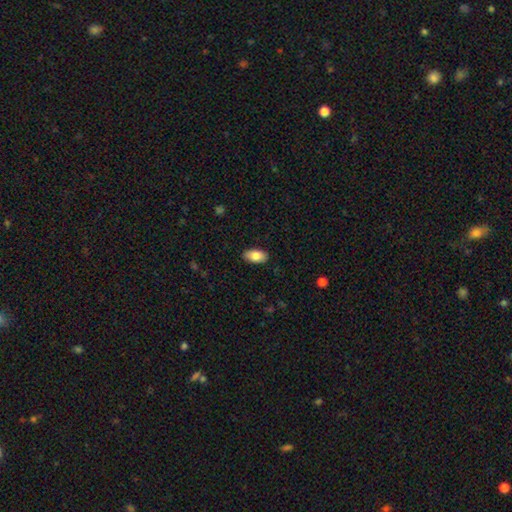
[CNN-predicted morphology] Q: Smooth or featured?
A: smooth (82%); runner-up: featured or disk (11%)
Q: How rounded?
A: in between (94%); runner-up: round (3%)
Q: Merging?
A: none (88%); runner-up: minor disturbance (9%)